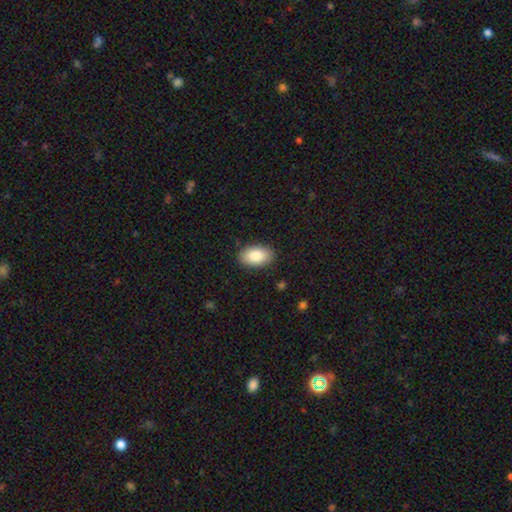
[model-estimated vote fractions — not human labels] Smooth or featured? smooth (86%)
How rounded? in between (93%)
Merging? none (88%)